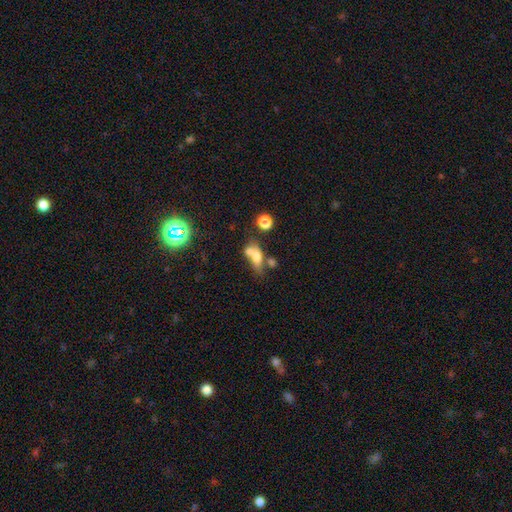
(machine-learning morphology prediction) smooth_or_featured: smooth (p=0.63) [alt: featured or disk p=0.22]
how_rounded: in between (p=0.67) [alt: round p=0.19]
merging: merger (p=0.48) [alt: none p=0.28]